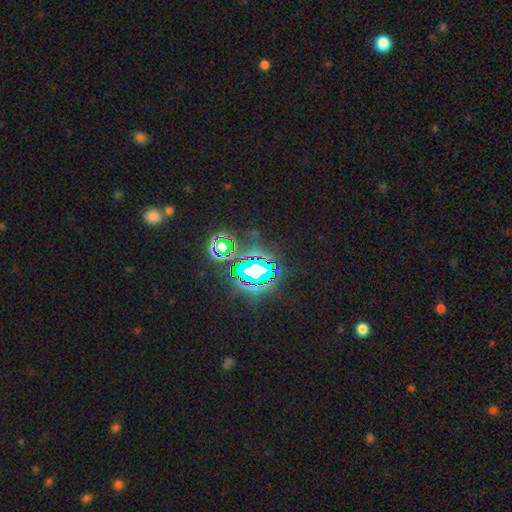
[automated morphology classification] star or artifact 82%, smooth 11%, featured or disk 7%.